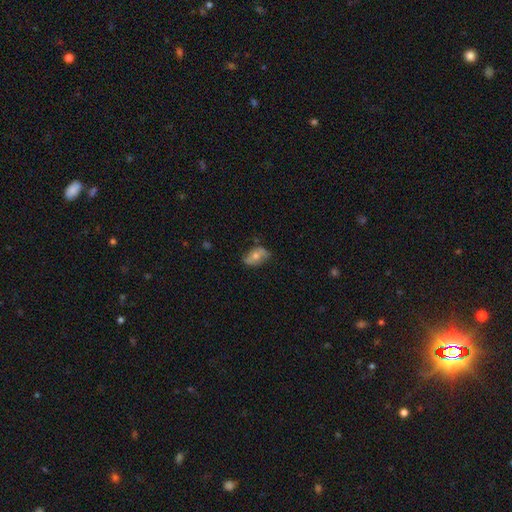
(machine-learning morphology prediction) smooth 49%, featured or disk 42%, star or artifact 9%. Down the decision tree: merging — none (71%).